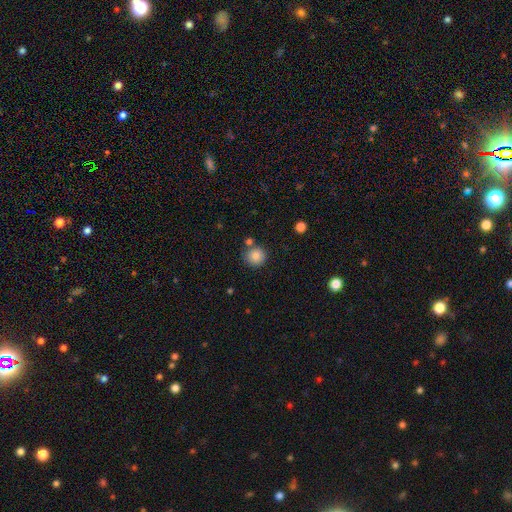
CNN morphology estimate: smooth_or_featured: smooth (p=0.83) [alt: star or artifact p=0.10]
how_rounded: round (p=0.93) [alt: in between p=0.06]
merging: none (p=0.78) [alt: merger p=0.10]